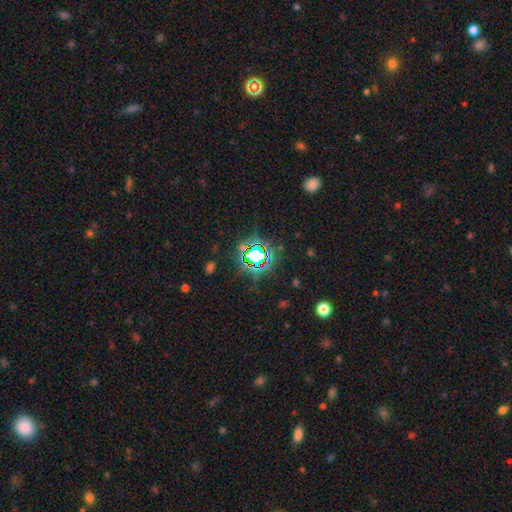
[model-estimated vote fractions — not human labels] smooth-or-featured: star or artifact: 72% | smooth: 18% | featured or disk: 10%